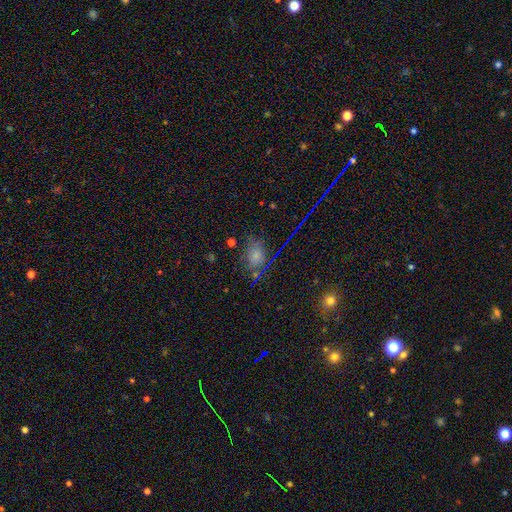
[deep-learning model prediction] A smooth galaxy with no disk features (61%) that is in between round and cigar-shaped (65%).

Vote fractions:
- Smooth or featured? smooth: 61% / star or artifact: 30% / featured or disk: 9%
- How rounded? in between: 65% / round: 33% / cigar-shaped: 2%
- Merging? none: 72% / minor disturbance: 19% / major disturbance: 7% / merger: 3%